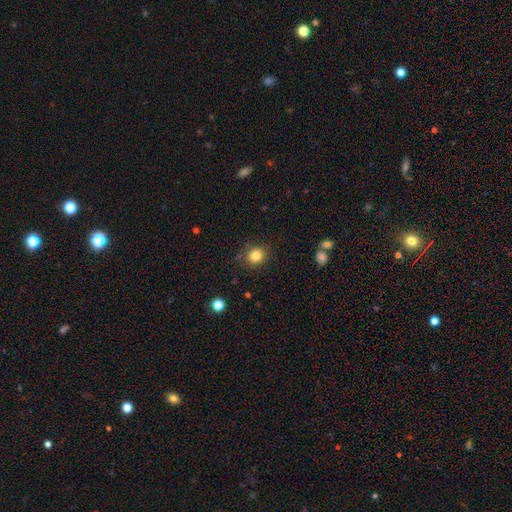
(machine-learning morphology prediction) A smooth galaxy with no disk features (82%) that is round (81%). Merging: none (84%).